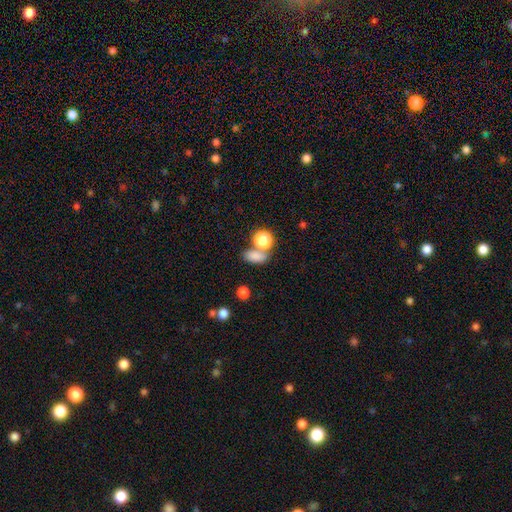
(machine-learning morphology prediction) Smooth or featured? Predicted: smooth (p=0.79). How rounded? Predicted: in between (p=0.75). Merging? Predicted: none (p=0.54).